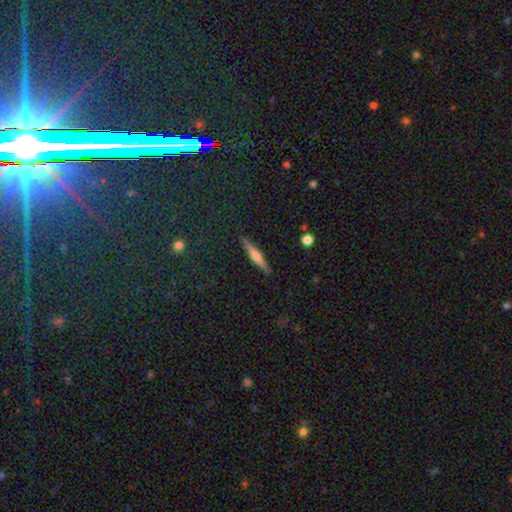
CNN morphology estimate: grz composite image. It shows a featured or disk galaxy (52%) viewed edge-on (97%) with a rounded central bulge (66%). Merging: none (89%).